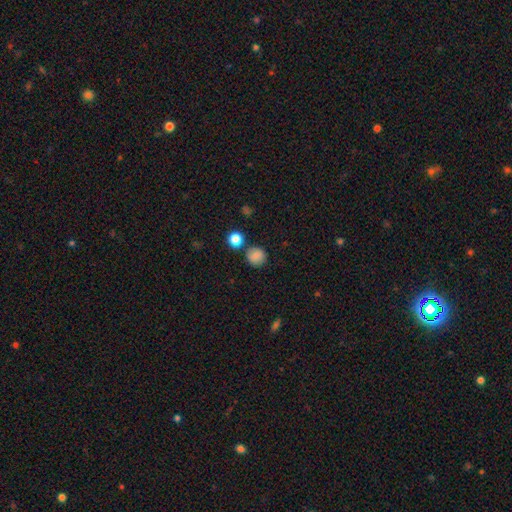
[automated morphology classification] A smooth galaxy with no disk features (83%) that is round (86%). Merging: none (76%).